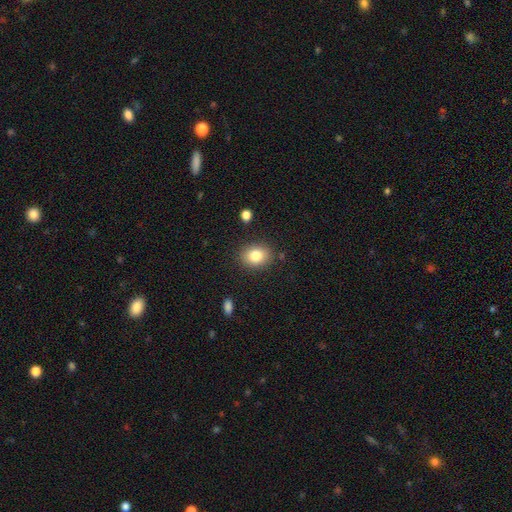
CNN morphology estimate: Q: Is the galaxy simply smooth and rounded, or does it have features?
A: smooth — 82%.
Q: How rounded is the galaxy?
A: in between — 54%.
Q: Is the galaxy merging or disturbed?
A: none — 86%.